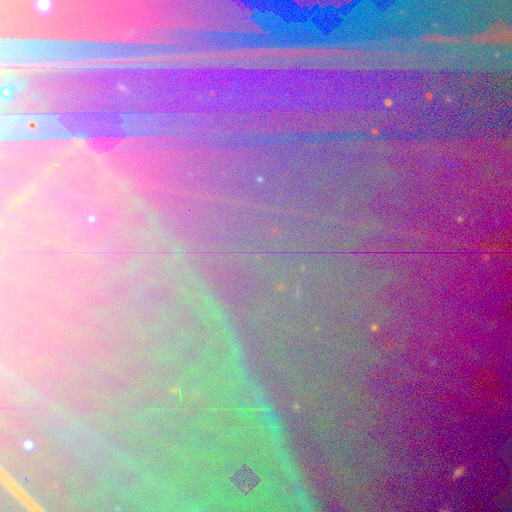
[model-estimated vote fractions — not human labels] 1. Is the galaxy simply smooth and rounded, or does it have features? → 84% star or artifact, 8% featured or disk, 8% smooth.